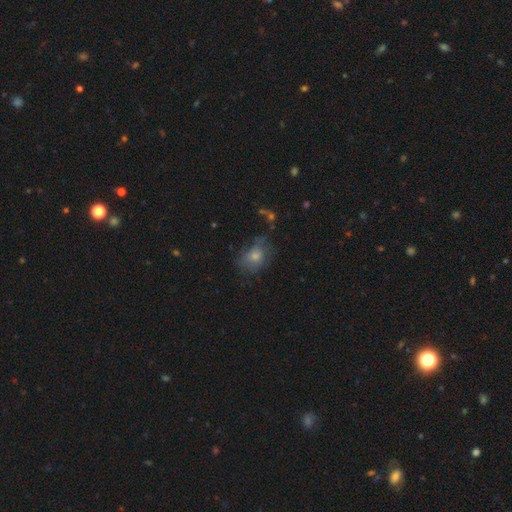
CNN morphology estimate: This is possibly a smooth galaxy (58%). How rounded: possibly in between (52%). Merging: possibly none (59%).